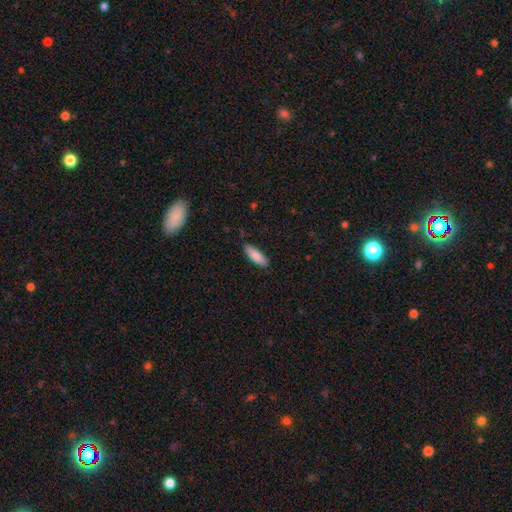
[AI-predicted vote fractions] Morphology: type=smooth (87%); roundness=in between (52%); merging=none (83%).